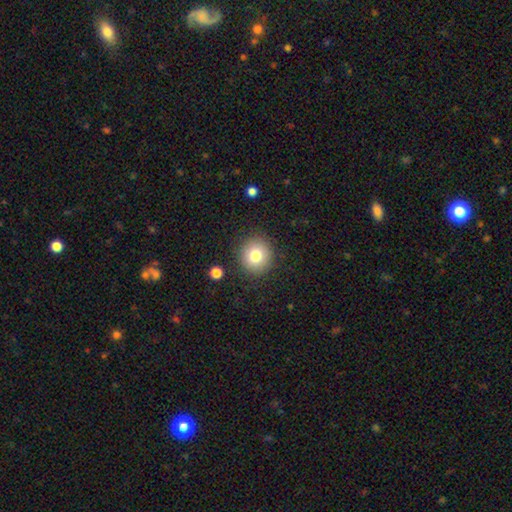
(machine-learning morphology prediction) smooth 79%, star or artifact 11%, featured or disk 10%. Down the decision tree: how rounded — round (90%); merging — none (88%).